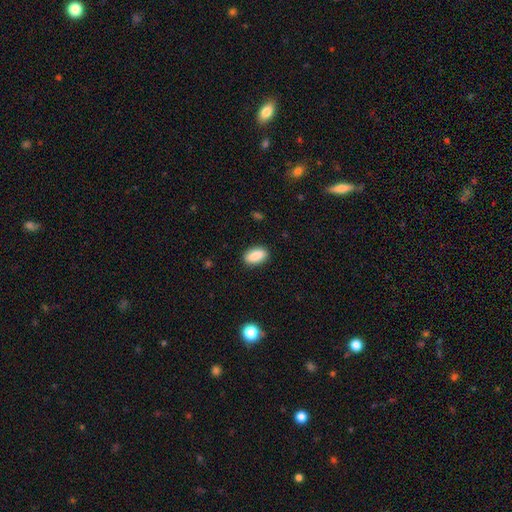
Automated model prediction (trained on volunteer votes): This appears to be a smooth galaxy with no disk features (88%) that is in between round and cigar-shaped (90%). Merging: none (87%).